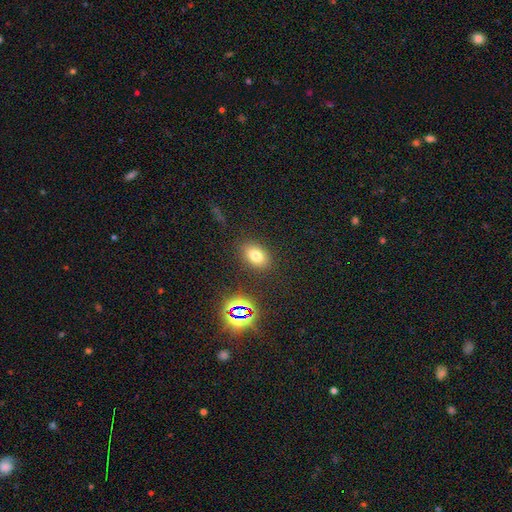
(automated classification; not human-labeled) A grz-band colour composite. It shows a smooth galaxy with no disk features (71%) that is in between round and cigar-shaped (81%). Merging: none (85%).